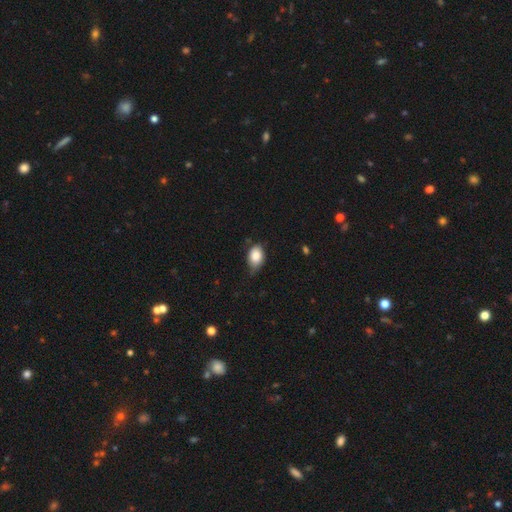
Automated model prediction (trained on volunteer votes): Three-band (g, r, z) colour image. It shows a smooth galaxy with no disk features (84%) that is in between round and cigar-shaped (77%). Merging: none (52%).